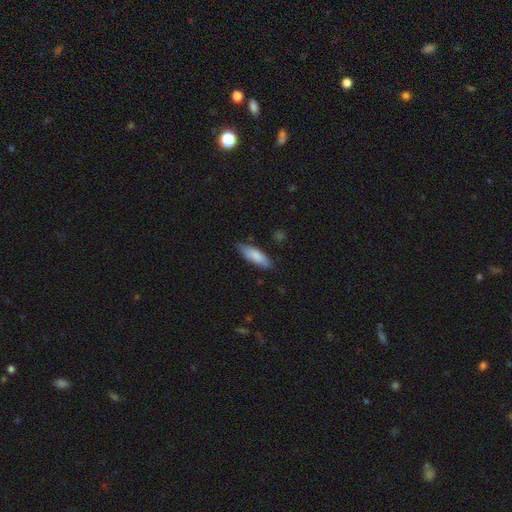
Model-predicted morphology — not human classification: A smooth galaxy with no disk features (83%) that is in between round and cigar-shaped (58%).

Vote fractions:
- Smooth or featured? smooth: 83% / featured or disk: 11% / star or artifact: 6%
- How rounded? in between: 58% / cigar-shaped: 40% / round: 2%
- Merging? none: 76% / minor disturbance: 20% / major disturbance: 3% / merger: 1%